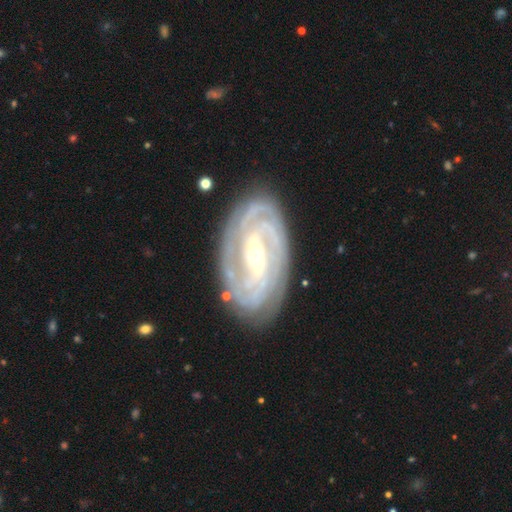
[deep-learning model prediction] Smooth or featured: featured or disk — 91% (smooth — 5%)
Edge-on disk: no — 95% (yes — 5%)
Bar: strong — 41% (weak — 37%)
Spiral arms: yes — 98% (no — 2%)
Spiral winding: tight — 77% (medium — 20%)
Spiral arm count: 3 — 30% (2 — 21%)
Bulge size: small — 48% (tied with moderate — 48%)
Merging: none — 83% (minor disturbance — 13%)